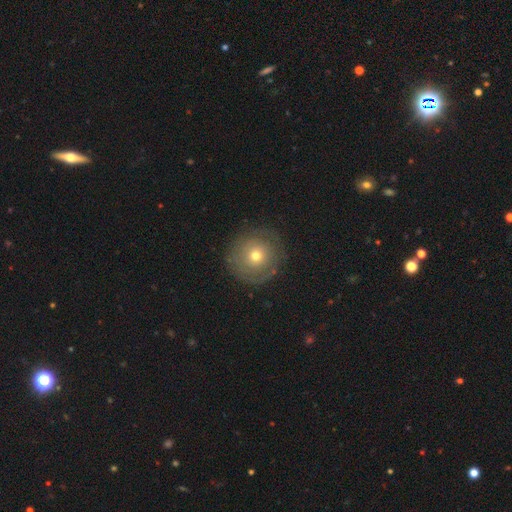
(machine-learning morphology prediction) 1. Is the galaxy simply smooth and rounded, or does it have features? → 57% smooth, 33% featured or disk, 10% star or artifact.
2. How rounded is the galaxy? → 94% round, 5% in between, 1% cigar-shaped.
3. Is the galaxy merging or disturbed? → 82% none, 11% minor disturbance, 5% major disturbance, 1% merger.